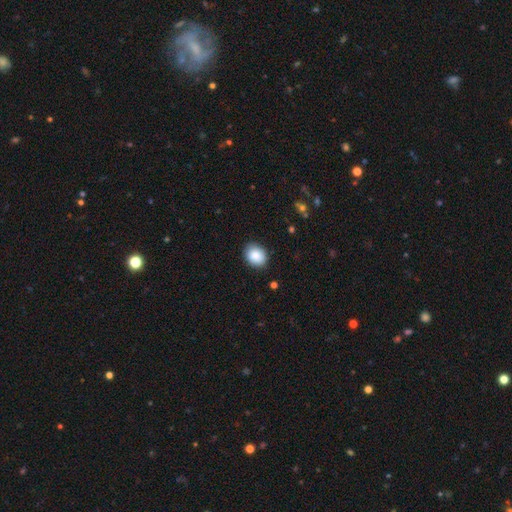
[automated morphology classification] smooth 88%, star or artifact 7%, featured or disk 5%. Down the decision tree: how rounded — in between (53%); merging — none (86%).